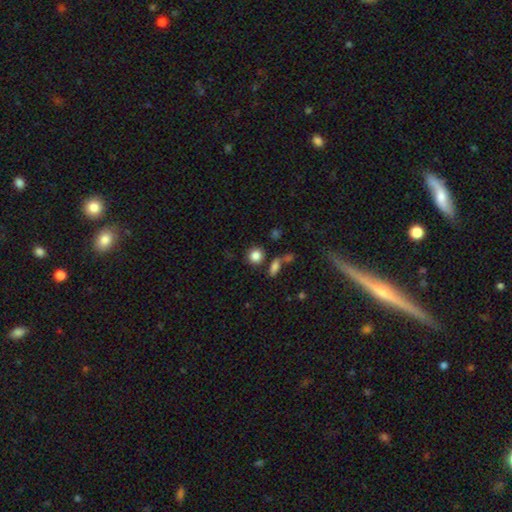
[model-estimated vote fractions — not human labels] smooth-or-featured: smooth: 84% | star or artifact: 11% | featured or disk: 6%
  how-rounded: round: 84% | in between: 15% | cigar-shaped: 1%
  merging: none: 78% | minor disturbance: 10% | merger: 8% | major disturbance: 4%